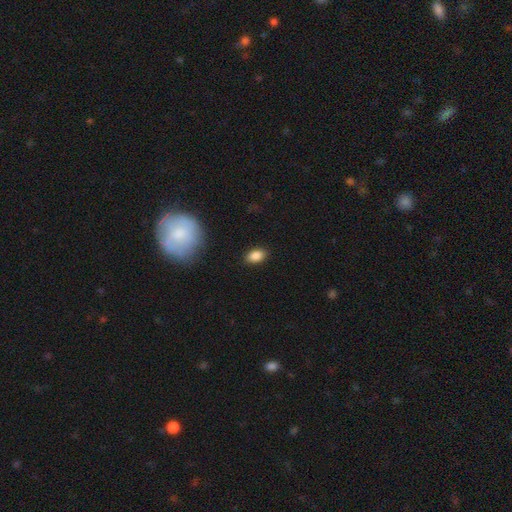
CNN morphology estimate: This appears to be a smooth galaxy with no disk features (86%) that is in between round and cigar-shaped (89%). Merging: none (87%).